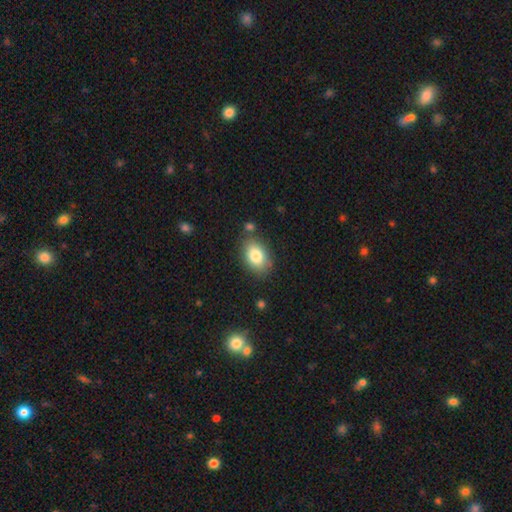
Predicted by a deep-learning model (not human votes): Morphology: type=smooth (82%); roundness=in between (83%); merging=none (79%).